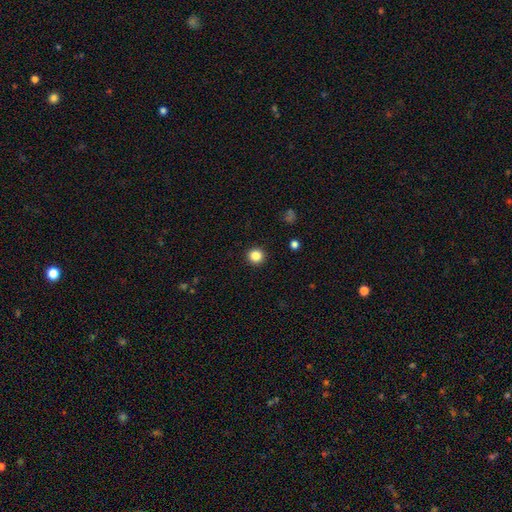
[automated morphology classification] Overall: smooth (86%). How rounded: round (95%). Merging: none (93%).